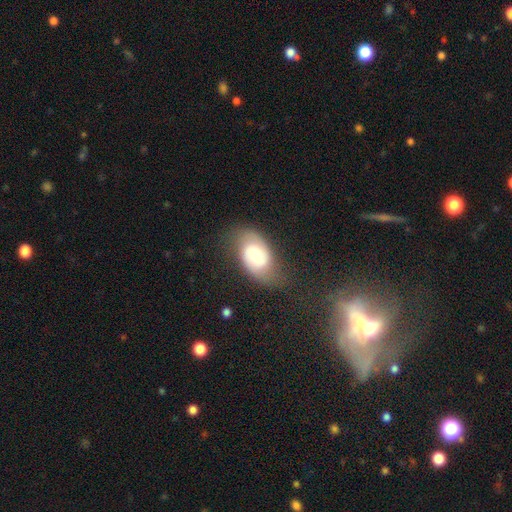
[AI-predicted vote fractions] Smooth or featured? Predicted: featured or disk (p=0.52). Edge-on disk? Predicted: no (p=0.96). Merging? Predicted: none (p=0.57).